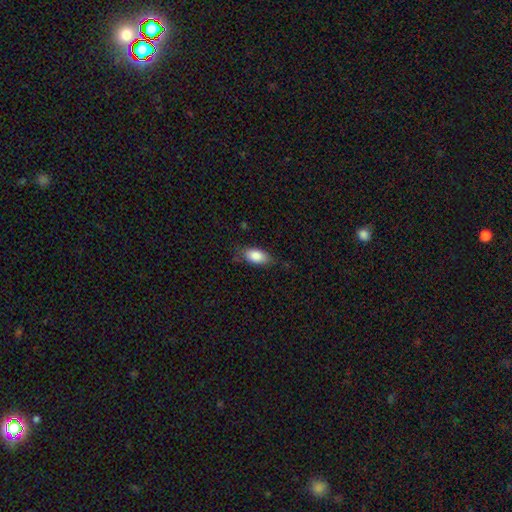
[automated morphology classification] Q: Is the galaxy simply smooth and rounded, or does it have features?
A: smooth — 85%.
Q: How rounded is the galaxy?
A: in between — 91%.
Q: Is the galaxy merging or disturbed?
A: none — 70%.